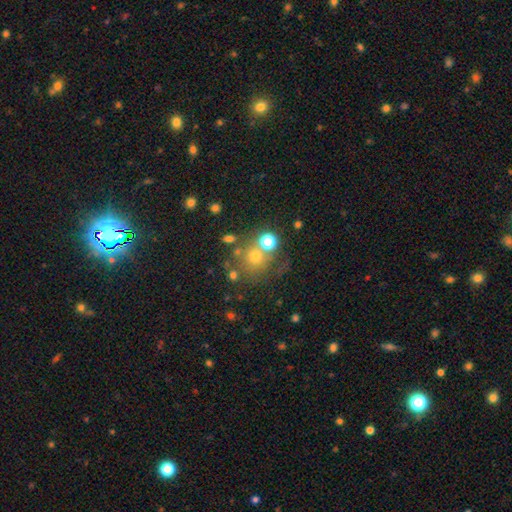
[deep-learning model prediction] smooth 61%, star or artifact 24%, featured or disk 15%. Down the decision tree: how rounded — round (87%); merging — none (63%).